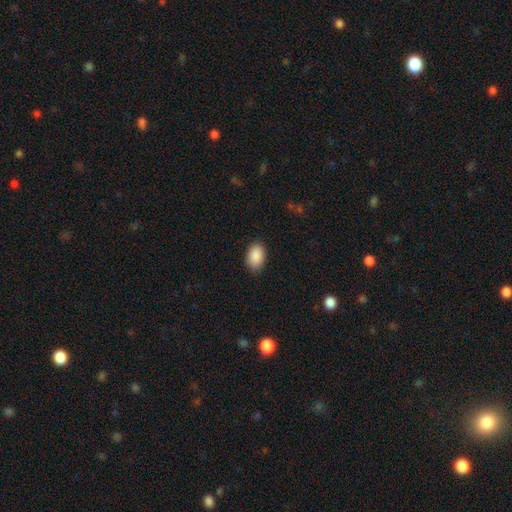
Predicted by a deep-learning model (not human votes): smooth 90%, star or artifact 7%, featured or disk 3%. Down the decision tree: how rounded — in between (88%); merging — none (87%).